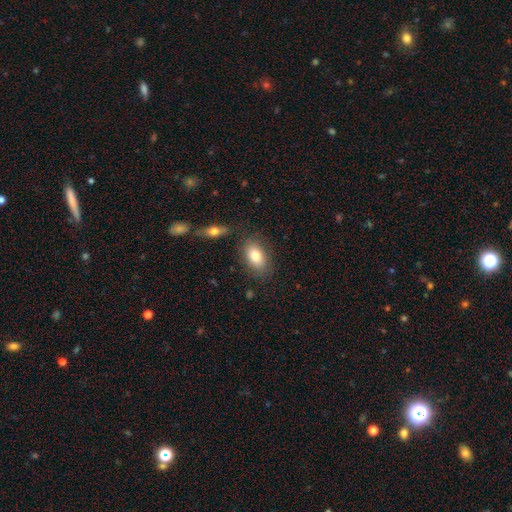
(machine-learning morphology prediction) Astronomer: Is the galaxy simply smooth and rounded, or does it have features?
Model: smooth — 80%.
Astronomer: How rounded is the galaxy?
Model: in between — 89%.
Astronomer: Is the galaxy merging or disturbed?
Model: none — 79%.